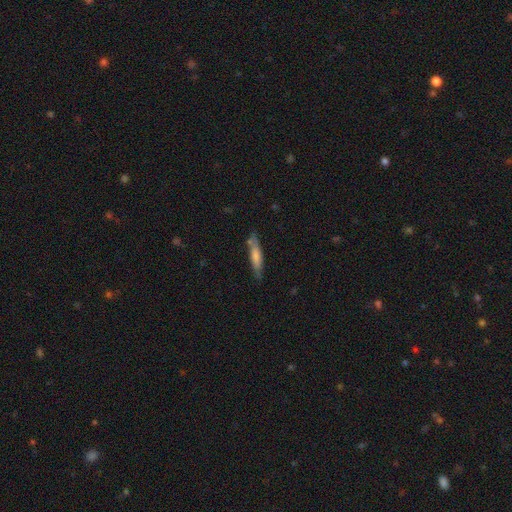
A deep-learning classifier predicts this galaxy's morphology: smooth-or-featured: smooth: 66% | featured or disk: 28% | star or artifact: 6%
  how-rounded: cigar-shaped: 82% | in between: 16% | round: 1%
  merging: none: 73% | minor disturbance: 19% | merger: 5% | major disturbance: 4%